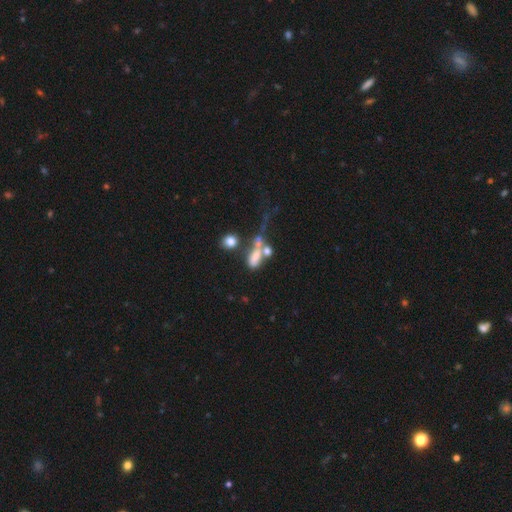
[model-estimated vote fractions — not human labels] Smooth or featured: smooth — 60% (featured or disk — 25%)
How rounded: in between — 71% (cigar-shaped — 15%)
Merging: merger — 47% (none — 21%)